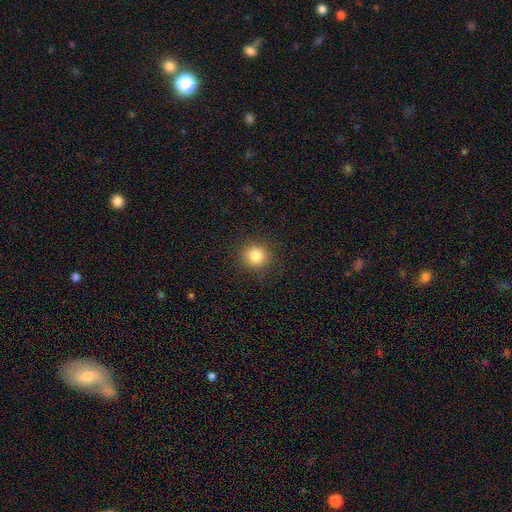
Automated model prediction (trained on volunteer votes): A smooth galaxy with no disk features (83%) that is round (92%). Merging: none (90%).